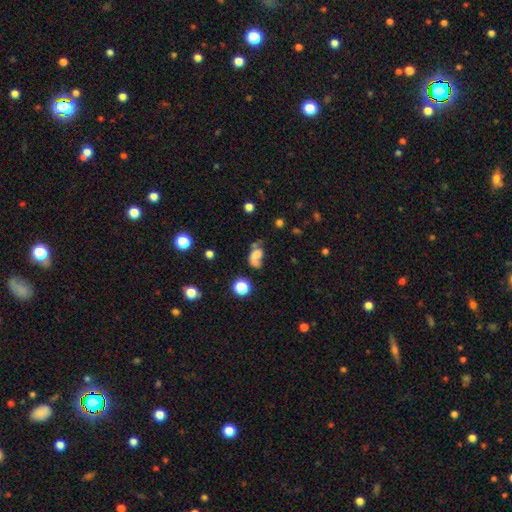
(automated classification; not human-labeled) The model was most divided on "merging": major disturbance: 35%, none: 27%, minor disturbance: 20%, merger: 18%. More confident: how rounded — in between (72%); smooth or featured — smooth (55%).